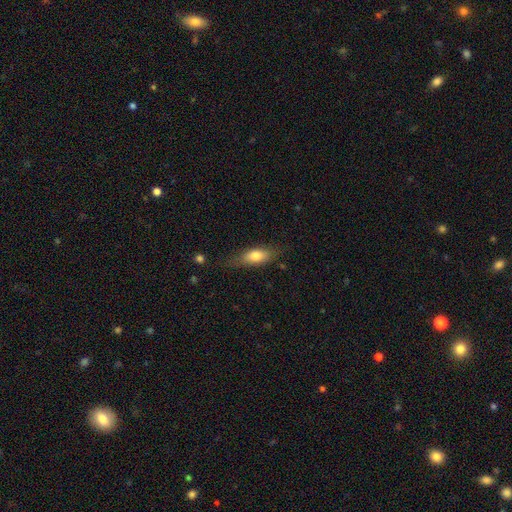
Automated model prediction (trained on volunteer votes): Smooth or featured: smooth — 72% (featured or disk — 20%)
How rounded: in between — 70% (cigar-shaped — 25%)
Merging: none — 70% (minor disturbance — 22%)